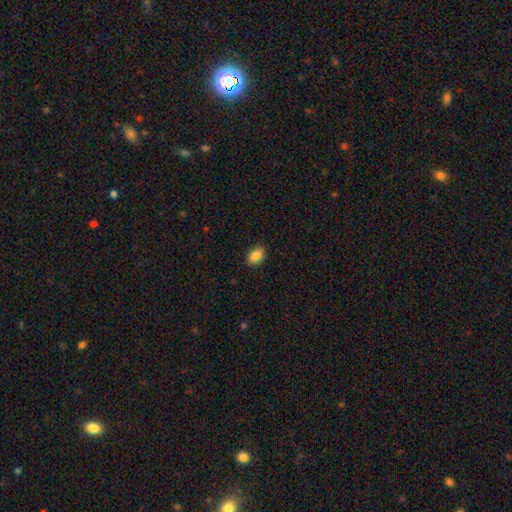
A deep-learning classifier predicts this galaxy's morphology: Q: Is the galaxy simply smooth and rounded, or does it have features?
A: smooth — 88%.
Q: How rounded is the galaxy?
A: in between — 83%.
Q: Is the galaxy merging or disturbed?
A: none — 89%.